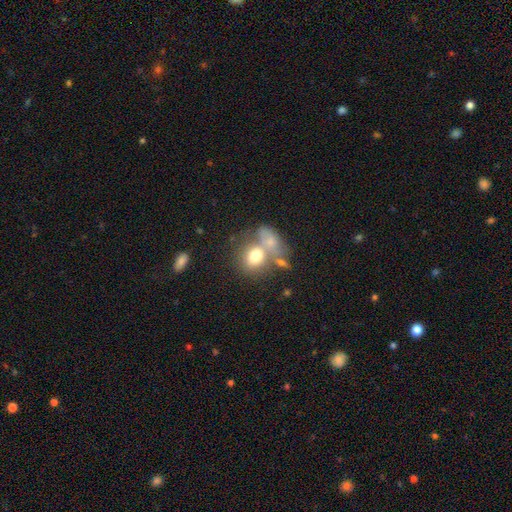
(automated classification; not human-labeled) Overall: smooth (74%). How rounded: round (50%; in between 48%). Merging: merger (44%; none 35%).